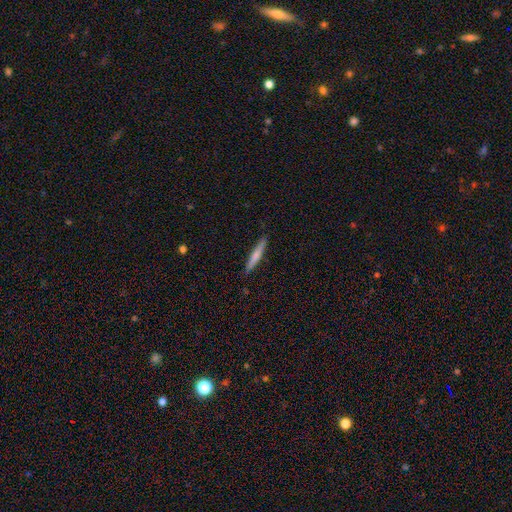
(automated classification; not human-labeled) Morphology: type=smooth (64%); roundness=cigar-shaped (95%); merging=none (90%).